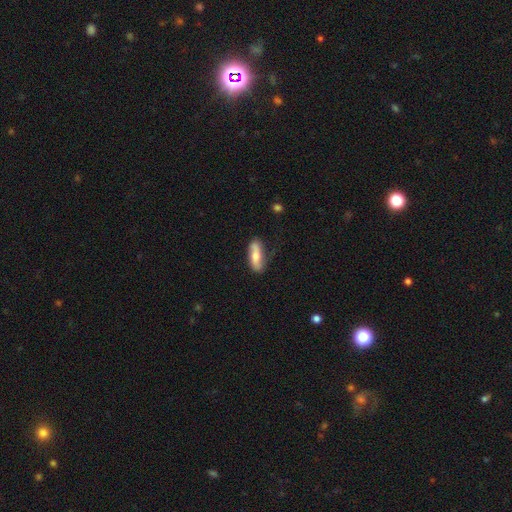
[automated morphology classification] Smooth or featured?
  - smooth: 50% *
  - featured or disk: 44%
  - star or artifact: 6%
Merging?
  - none: 71% *
  - minor disturbance: 22%
  - major disturbance: 5%
  - merger: 2%